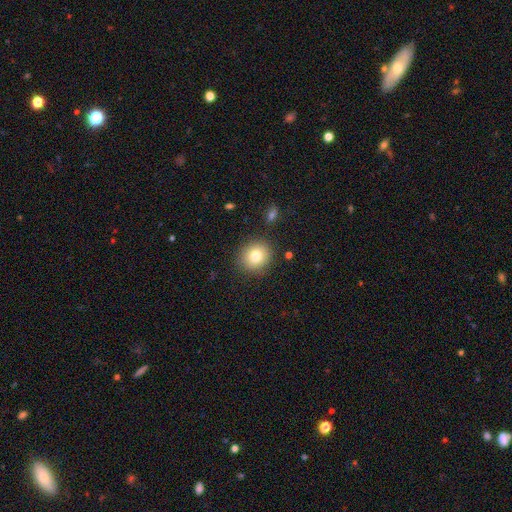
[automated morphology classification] Smooth or featured? smooth (80%)
How rounded? round (81%)
Merging? none (87%)